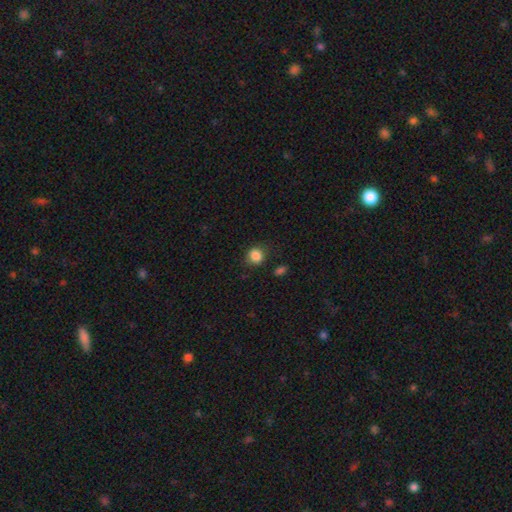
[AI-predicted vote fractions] Smooth or featured? smooth (85%)
How rounded? round (74%)
Merging? none (78%)